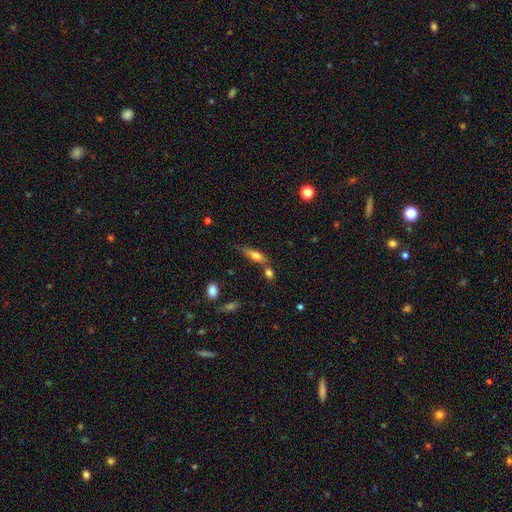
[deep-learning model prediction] This is likely a smooth galaxy (62%). How rounded: possibly cigar-shaped (50%). Merging: possibly none (57%).